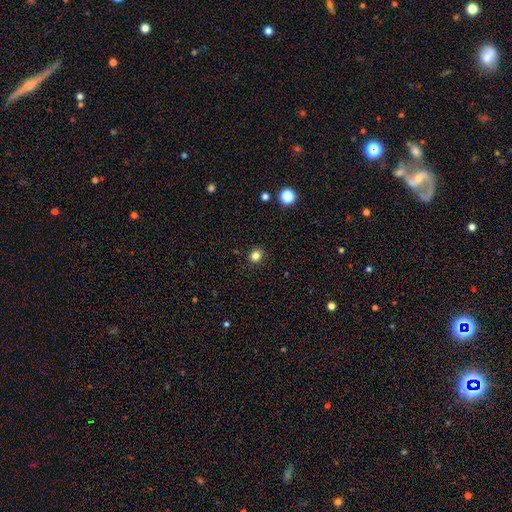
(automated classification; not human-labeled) This is clearly a smooth galaxy (82%). How rounded: likely round (77%). Merging: clearly none (90%).